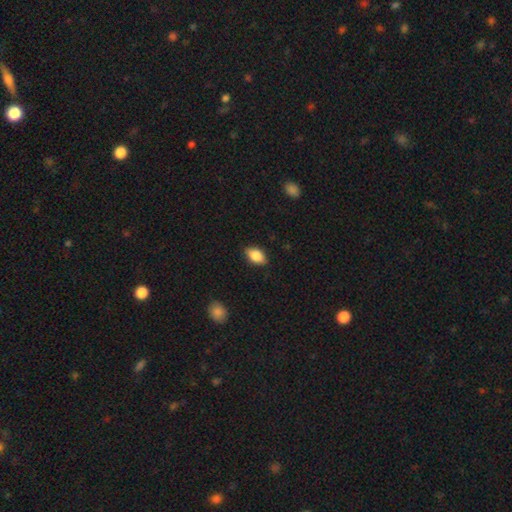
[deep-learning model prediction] Smooth or featured? smooth (84%)
How rounded? in between (89%)
Merging? none (84%)